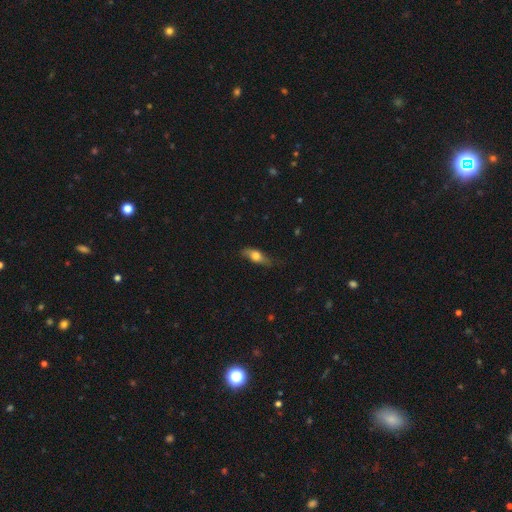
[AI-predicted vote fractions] Q: Smooth or featured?
A: smooth (65%); runner-up: featured or disk (28%)
Q: How rounded?
A: in between (65%); runner-up: cigar-shaped (30%)
Q: Merging?
A: none (68%); runner-up: minor disturbance (25%)